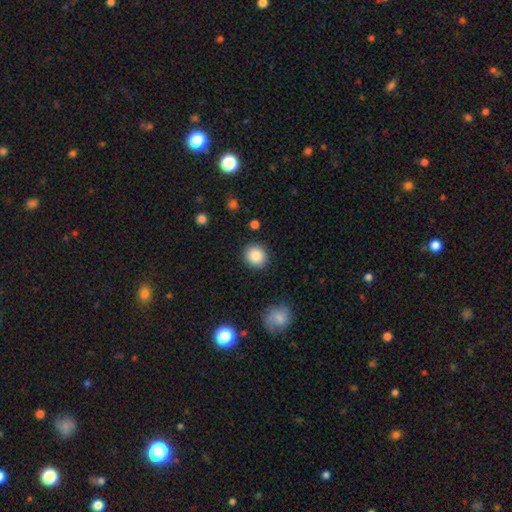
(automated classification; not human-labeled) Smooth or featured? smooth (87%)
How rounded? round (82%)
Merging? none (88%)